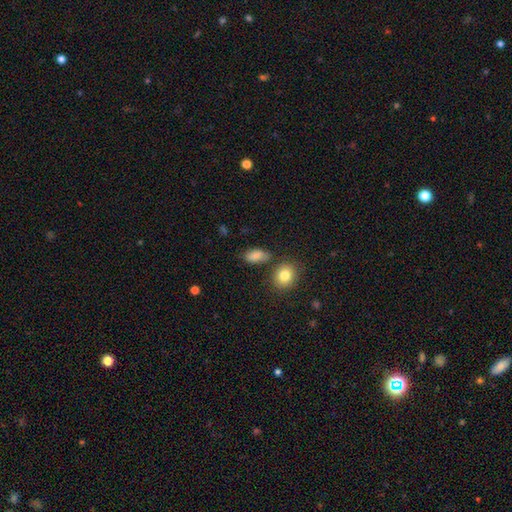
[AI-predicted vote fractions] Smooth or featured? Predicted: smooth (p=0.84). How rounded? Predicted: in between (p=0.87). Merging? Predicted: none (p=0.70).